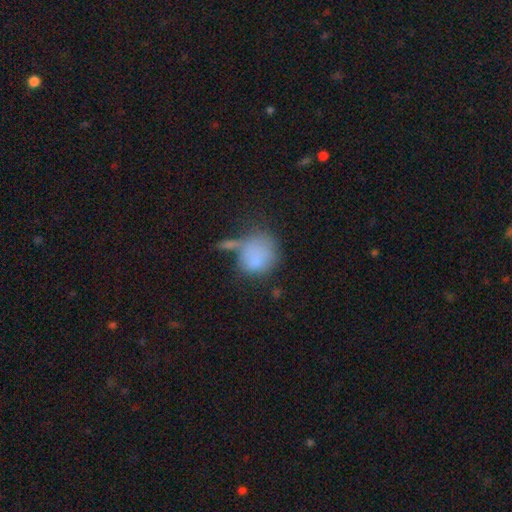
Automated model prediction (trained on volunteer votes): smooth-or-featured: smooth: 77% | featured or disk: 14% | star or artifact: 9%
  how-rounded: round: 73% | in between: 25% | cigar-shaped: 1%
  merging: none: 34% | merger: 22% | minor disturbance: 22% | major disturbance: 21%